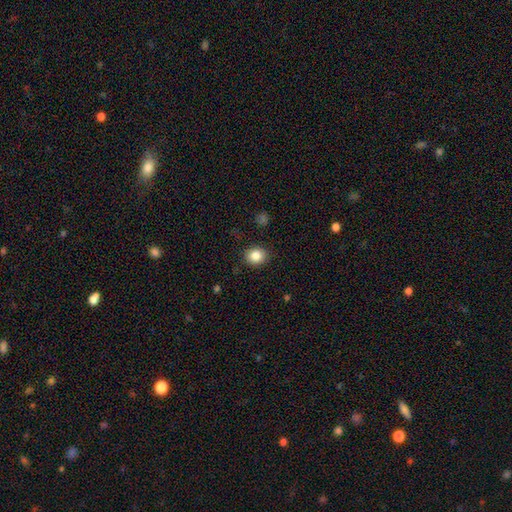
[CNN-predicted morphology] smooth 85%, star or artifact 10%, featured or disk 6%. Down the decision tree: how rounded — round (65%); merging — none (89%).